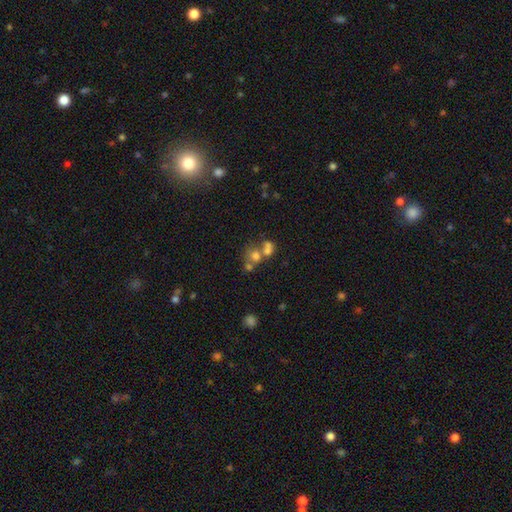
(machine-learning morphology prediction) smooth-or-featured: smooth: 63% | featured or disk: 20% | star or artifact: 17%
  how-rounded: round: 76% | in between: 23% | cigar-shaped: 1%
  merging: merger: 56% | none: 33% | minor disturbance: 6% | major disturbance: 5%